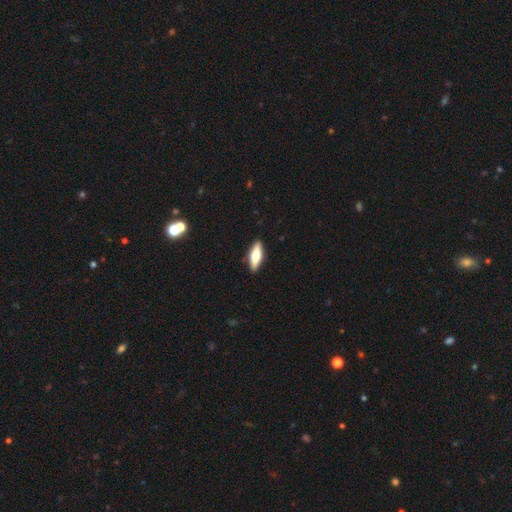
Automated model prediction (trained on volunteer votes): Smooth or featured? smooth (62%)
How rounded? in between (54%)
Merging? none (90%)